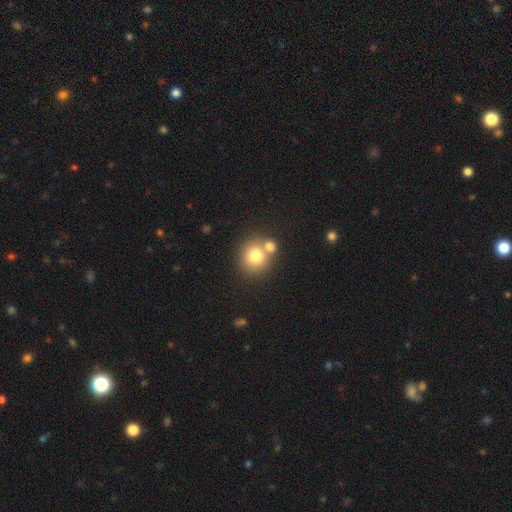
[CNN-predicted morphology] smooth_or_featured: smooth (p=0.76) [alt: featured or disk p=0.13]
how_rounded: round (p=0.87) [alt: in between p=0.12]
merging: none (p=0.52) [alt: merger p=0.37]